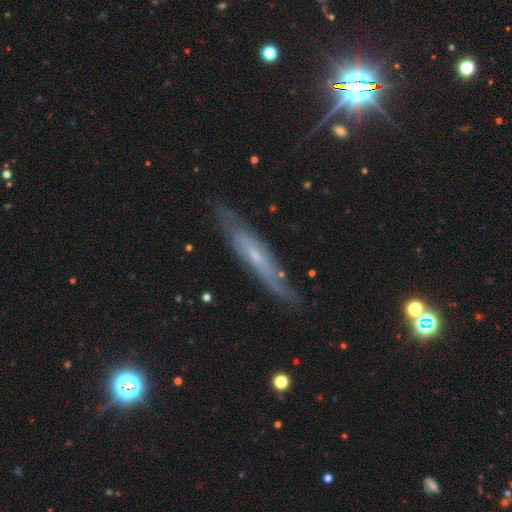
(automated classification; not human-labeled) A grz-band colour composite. It shows a featured or disk galaxy (64%) viewed edge-on (65%). Merging: none (77%).